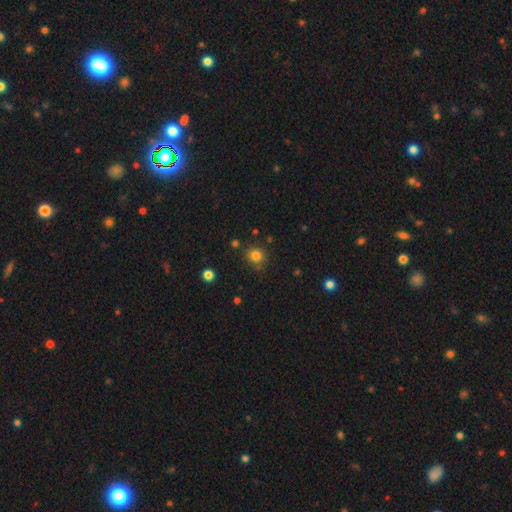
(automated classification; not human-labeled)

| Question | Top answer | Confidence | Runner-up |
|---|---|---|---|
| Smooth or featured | smooth | 81% | star or artifact (14%) |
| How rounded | round | 87% | in between (13%) |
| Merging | none | 82% | minor disturbance (11%) |